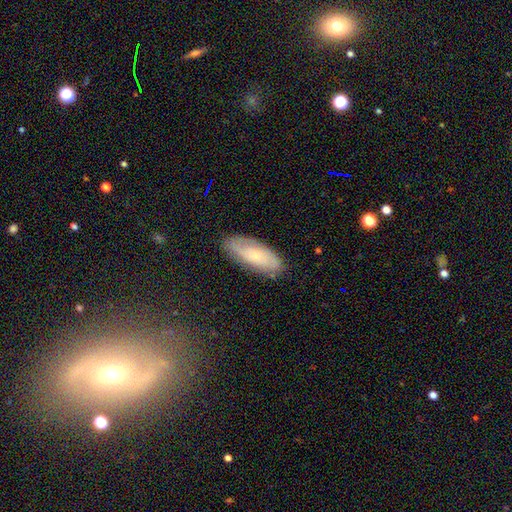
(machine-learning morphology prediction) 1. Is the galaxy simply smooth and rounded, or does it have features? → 50% smooth, 42% featured or disk, 7% star or artifact.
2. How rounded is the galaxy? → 73% in between, 25% cigar-shaped, 2% round.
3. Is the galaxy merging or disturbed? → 80% none, 15% minor disturbance, 3% major disturbance, 1% merger.